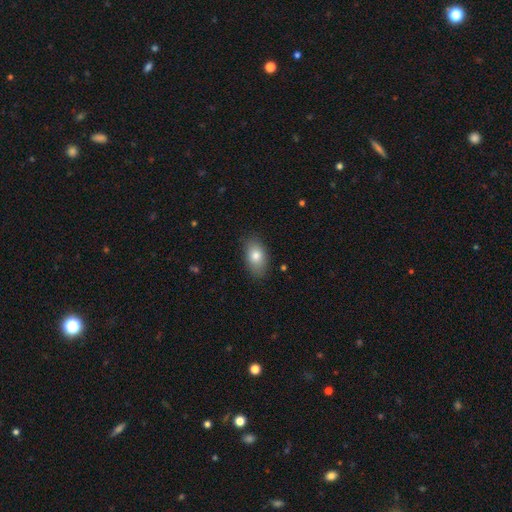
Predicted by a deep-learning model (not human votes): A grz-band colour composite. It shows a smooth galaxy with no disk features (80%) that is in between round and cigar-shaped (90%). Merging: none (84%).